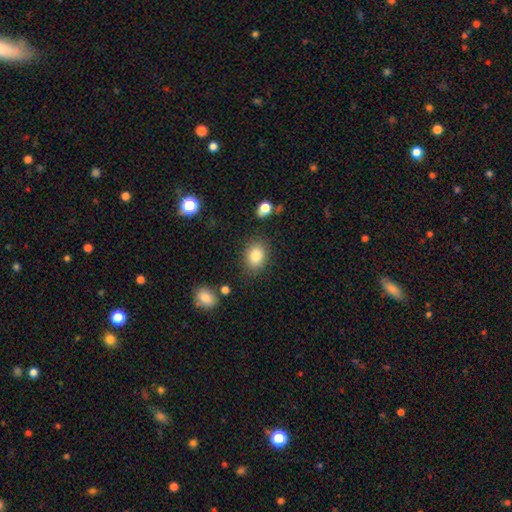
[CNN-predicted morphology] smooth 83%, star or artifact 10%, featured or disk 8%. Down the decision tree: how rounded — in between (58%); merging — none (83%).